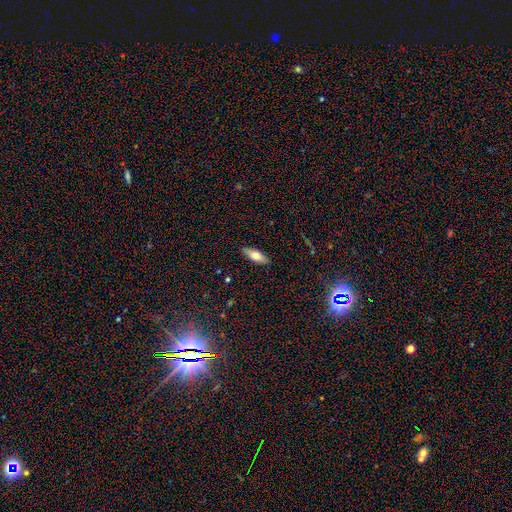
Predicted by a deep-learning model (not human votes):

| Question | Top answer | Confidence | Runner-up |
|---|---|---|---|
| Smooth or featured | smooth | 73% | featured or disk (20%) |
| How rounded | in between | 68% | cigar-shaped (30%) |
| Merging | none | 88% | minor disturbance (9%) |